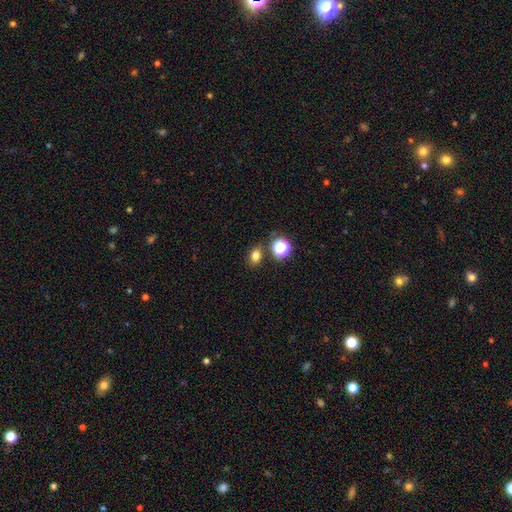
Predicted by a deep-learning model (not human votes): A smooth galaxy with no disk features (76%) that is in between round and cigar-shaped (63%).

Vote fractions:
- Smooth or featured? smooth: 76% / star or artifact: 16% / featured or disk: 8%
- How rounded? in between: 63% / round: 36% / cigar-shaped: 2%
- Merging? none: 78% / minor disturbance: 10% / merger: 9% / major disturbance: 3%